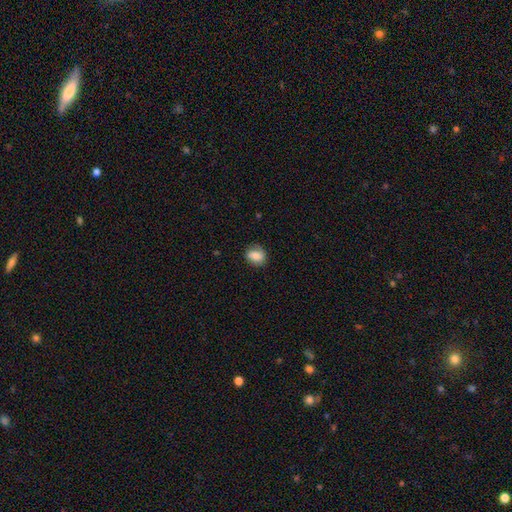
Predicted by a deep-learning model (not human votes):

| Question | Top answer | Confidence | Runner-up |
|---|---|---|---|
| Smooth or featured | smooth | 79% | featured or disk (13%) |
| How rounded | round | 59% | in between (40%) |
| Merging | none | 79% | minor disturbance (16%) |